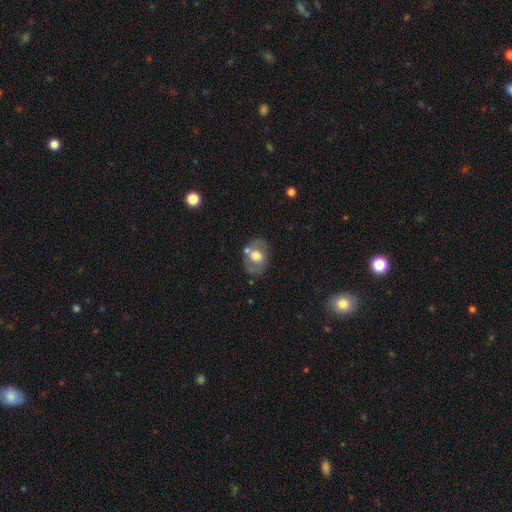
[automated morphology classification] The model was most divided on "smooth or featured": smooth: 49%, featured or disk: 44%, star or artifact: 7%. More confident: merging — none (63%).